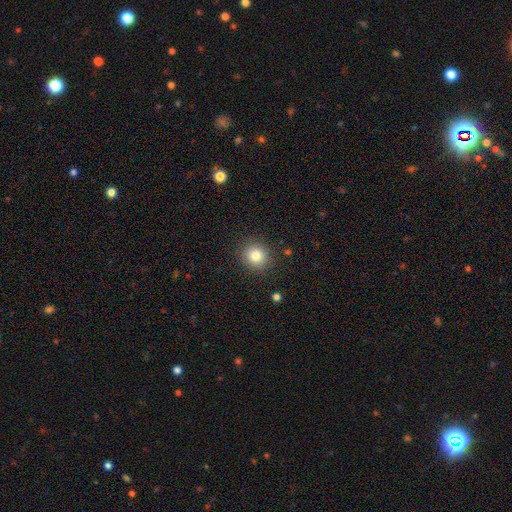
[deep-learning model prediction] A smooth galaxy with no disk features (81%) that is round (88%). Merging: none (89%).